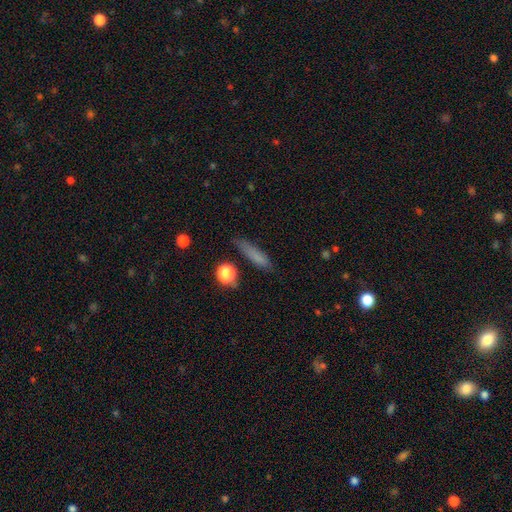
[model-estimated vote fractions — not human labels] smooth 73%, featured or disk 15%, star or artifact 12%. Down the decision tree: how rounded — cigar-shaped (76%); merging — none (74%).